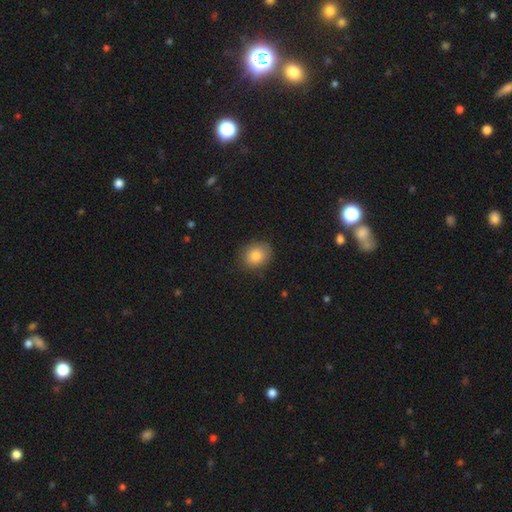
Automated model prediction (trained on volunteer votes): This appears to be a smooth galaxy with no disk features (83%) that is round (59%). Merging: none (84%).